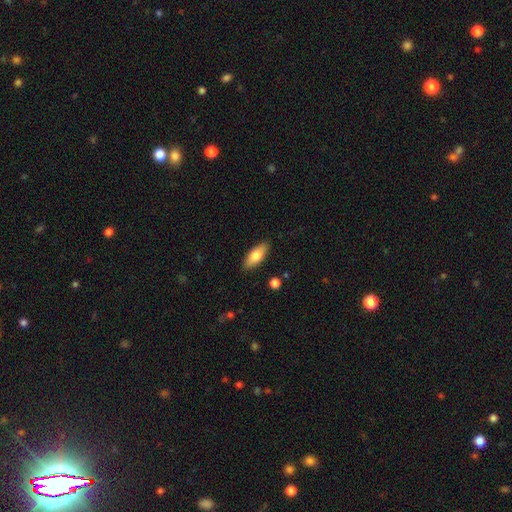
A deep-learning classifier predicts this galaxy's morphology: Smooth or featured: smooth — 77% (featured or disk — 17%)
How rounded: in between — 80% (cigar-shaped — 17%)
Merging: none — 88% (minor disturbance — 9%)